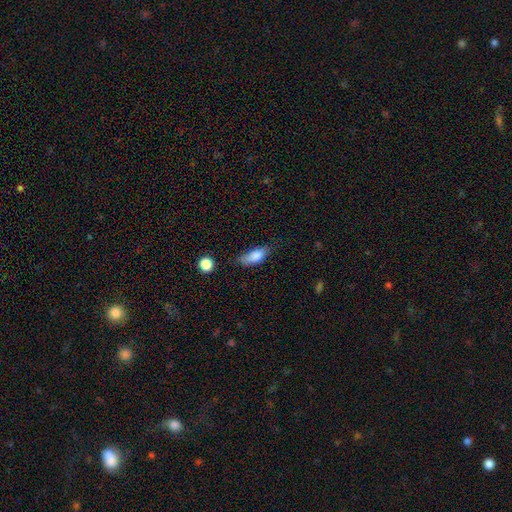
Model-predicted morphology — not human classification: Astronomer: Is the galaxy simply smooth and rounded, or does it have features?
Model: smooth — 82%.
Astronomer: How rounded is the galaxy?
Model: in between — 76%.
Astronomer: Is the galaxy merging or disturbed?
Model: none — 54% (runner-up: minor disturbance, 33%).